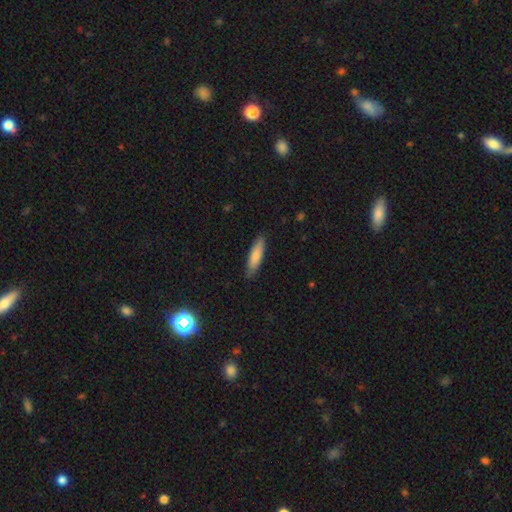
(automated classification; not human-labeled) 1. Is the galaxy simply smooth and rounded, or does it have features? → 81% smooth, 13% featured or disk, 5% star or artifact.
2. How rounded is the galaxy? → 67% cigar-shaped, 31% in between, 1% round.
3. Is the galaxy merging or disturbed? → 84% none, 13% minor disturbance, 2% major disturbance, 1% merger.